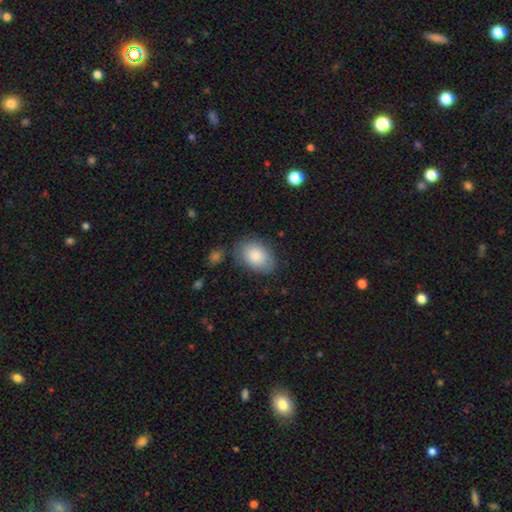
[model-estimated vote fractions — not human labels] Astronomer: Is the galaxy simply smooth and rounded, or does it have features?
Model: smooth — 85%.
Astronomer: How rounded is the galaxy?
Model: in between — 84%.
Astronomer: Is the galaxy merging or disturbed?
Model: none — 75%.